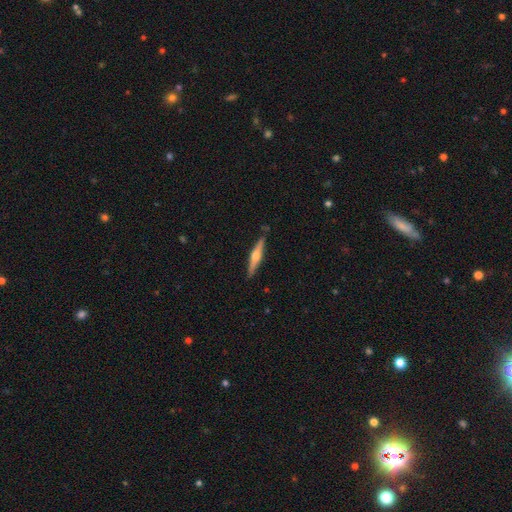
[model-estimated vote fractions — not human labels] Q: Smooth or featured?
A: featured or disk (67%); runner-up: smooth (28%)
Q: Edge-on disk?
A: yes (98%); runner-up: no (2%)
Q: Edge-on bulge?
A: rounded (91%); runner-up: boxy (6%)
Q: Merging?
A: none (87%); runner-up: minor disturbance (9%)